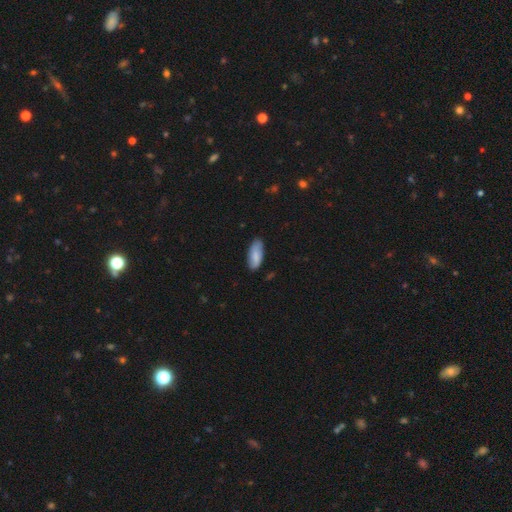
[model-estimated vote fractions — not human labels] Overall: smooth (80%). How rounded: in between (83%). Merging: none (81%).